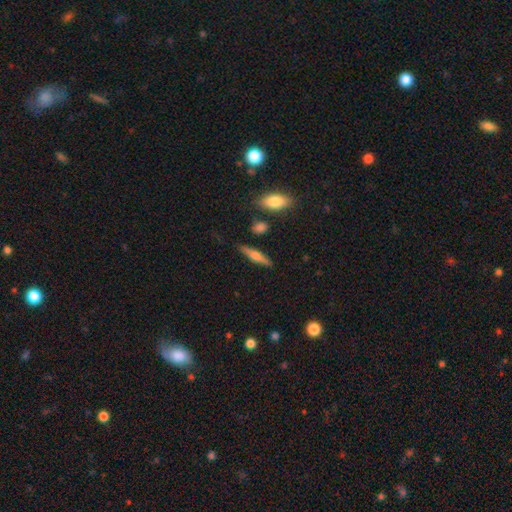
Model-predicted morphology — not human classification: type=smooth (56%); roundness=cigar-shaped (77%); merging=none (82%).